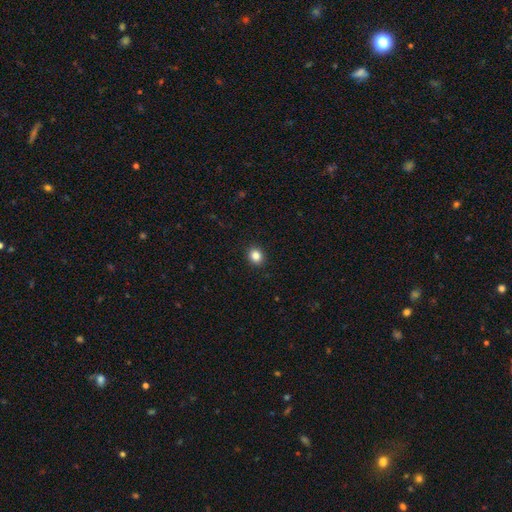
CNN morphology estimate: smooth-or-featured: smooth: 85% | star or artifact: 11% | featured or disk: 5%
  how-rounded: round: 72% | in between: 27% | cigar-shaped: 1%
  merging: none: 92% | minor disturbance: 6% | major disturbance: 2% | merger: 1%